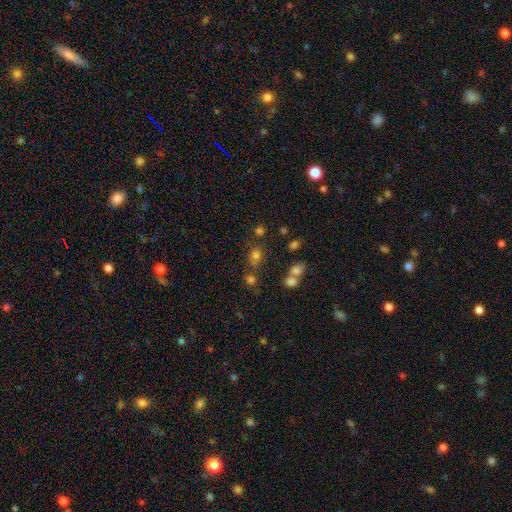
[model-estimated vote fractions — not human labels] Q: Smooth or featured?
A: smooth (69%); runner-up: star or artifact (22%)
Q: How rounded?
A: round (54%); runner-up: in between (44%)
Q: Merging?
A: none (60%); runner-up: merger (21%)